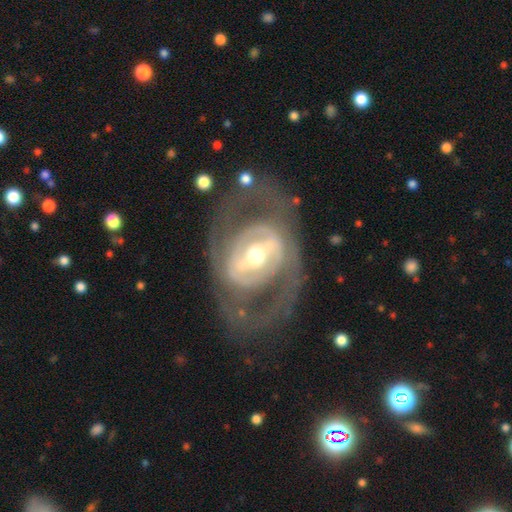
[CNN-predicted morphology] Smooth or featured?
  - featured or disk: 82% *
  - smooth: 13%
  - star or artifact: 5%
Edge-on disk?
  - no: 94% *
  - yes: 6%
Bar?
  - strong: 51% *
  - weak: 30%
  - no: 19%
Spiral arms?
  - yes: 62% *
  - no: 38%
Bulge size?
  - moderate: 64% *
  - small: 23%
  - large: 10%
  - dominant: 1%
  - none: 1%
Merging?
  - none: 64% *
  - major disturbance: 18%
  - minor disturbance: 15%
  - merger: 3%